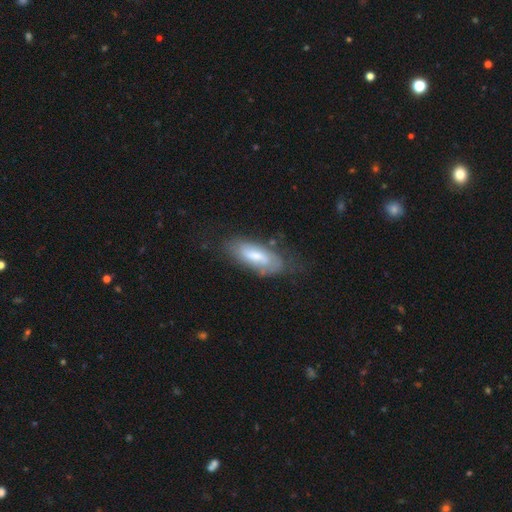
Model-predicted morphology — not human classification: This appears to be a smooth galaxy with no disk features (54%) that is in between round and cigar-shaped (75%). Merging: none (59%).